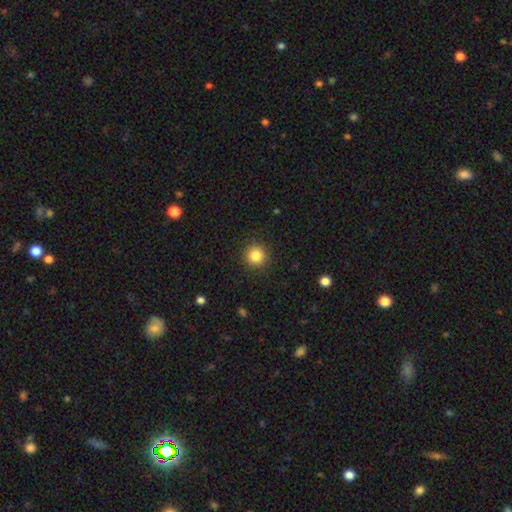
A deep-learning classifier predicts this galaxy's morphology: Smooth or featured? smooth (85%)
How rounded? round (94%)
Merging? none (91%)